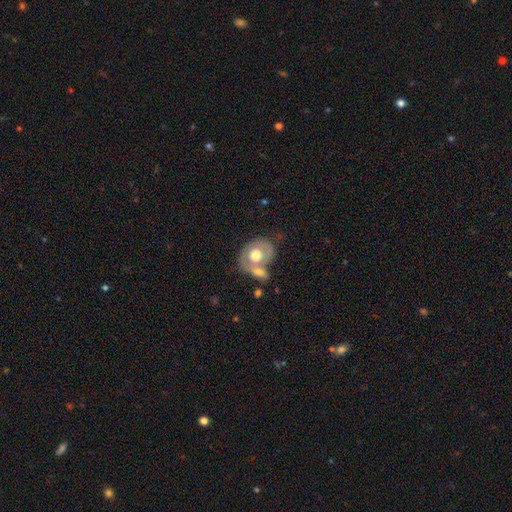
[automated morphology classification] A featured or disk galaxy (49%). Merging: merger (40%).